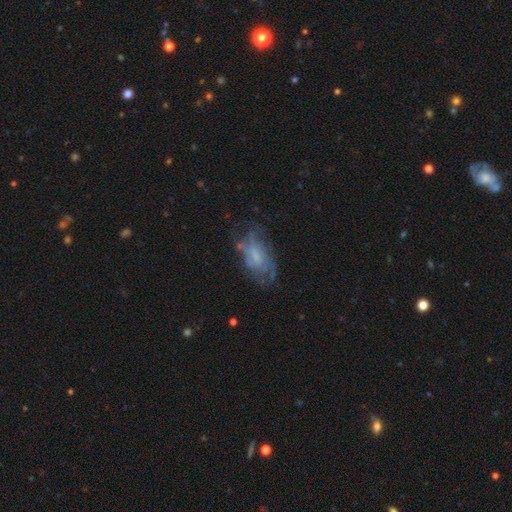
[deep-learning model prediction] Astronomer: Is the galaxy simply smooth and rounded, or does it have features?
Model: featured or disk — 61%.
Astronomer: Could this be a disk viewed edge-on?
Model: no — 94%.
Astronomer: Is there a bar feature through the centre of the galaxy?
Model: no — 56% (runner-up: weak, 37%).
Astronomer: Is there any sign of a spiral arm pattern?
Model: yes — 65%.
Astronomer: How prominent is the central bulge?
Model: small — 40% (runner-up: none, 28%).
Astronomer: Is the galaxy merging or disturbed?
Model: none — 56%.